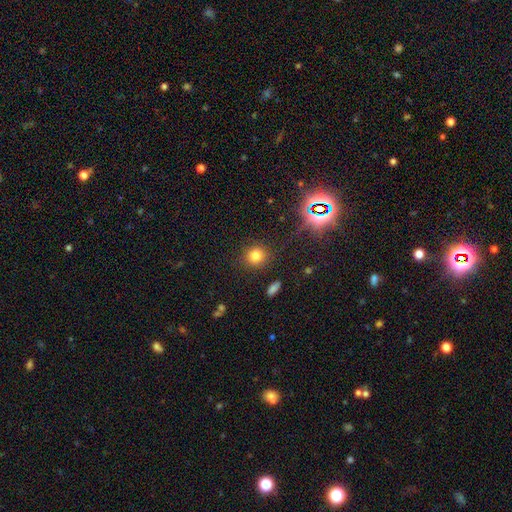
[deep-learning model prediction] Smooth or featured? smooth (76%)
How rounded? round (87%)
Merging? none (87%)